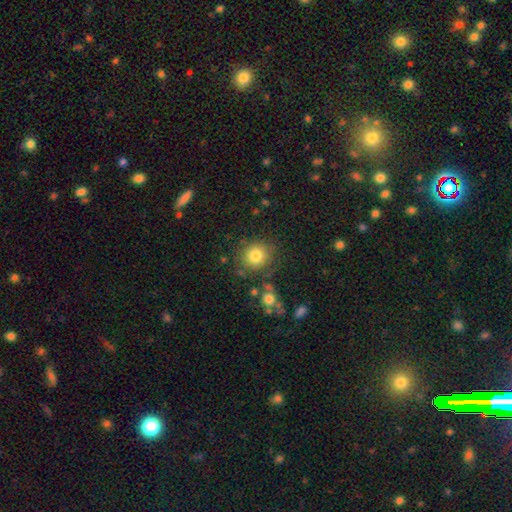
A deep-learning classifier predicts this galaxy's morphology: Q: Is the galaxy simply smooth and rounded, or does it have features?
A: smooth — 80%.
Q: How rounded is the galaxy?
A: round — 87%.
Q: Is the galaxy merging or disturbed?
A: none — 80%.